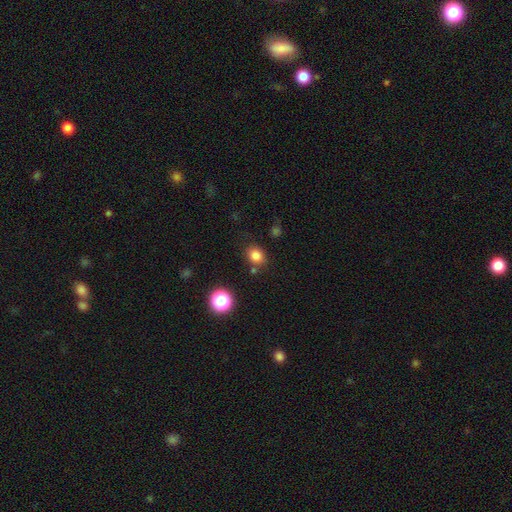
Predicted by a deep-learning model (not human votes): A smooth galaxy with no disk features (82%) that is round (62%). Merging: none (78%).